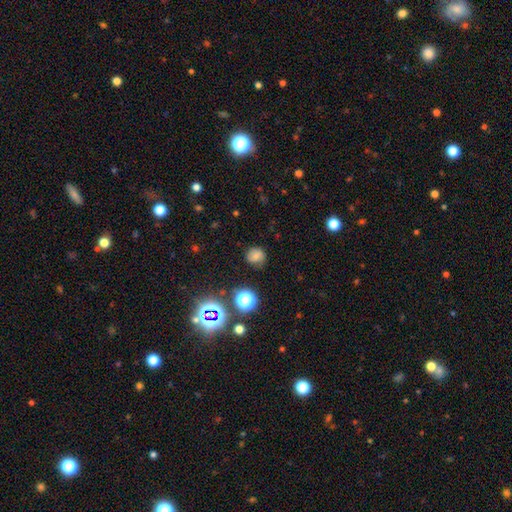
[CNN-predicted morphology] Q: Smooth or featured?
A: smooth (67%); runner-up: star or artifact (19%)
Q: How rounded?
A: round (83%); runner-up: in between (16%)
Q: Merging?
A: none (77%); runner-up: minor disturbance (16%)